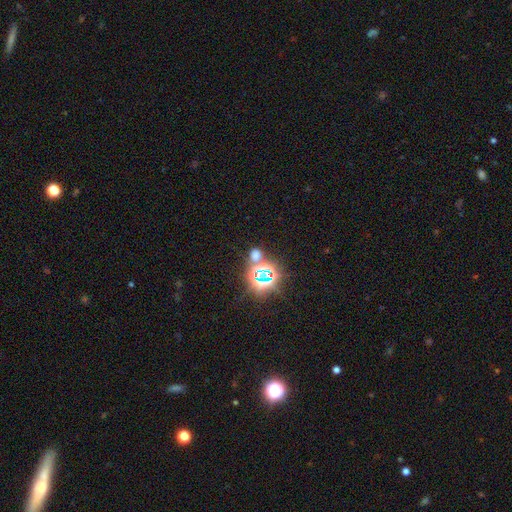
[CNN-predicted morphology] Overall: star or artifact (58%; smooth 35%).